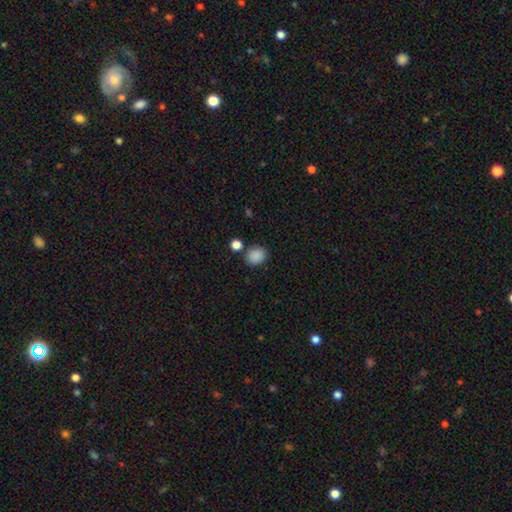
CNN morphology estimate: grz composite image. It shows a smooth galaxy with no disk features (87%) that is round (69%). Merging: none (80%).